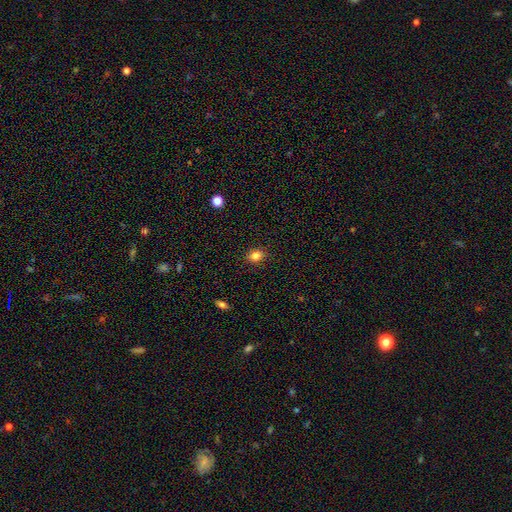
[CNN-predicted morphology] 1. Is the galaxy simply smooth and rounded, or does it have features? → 83% smooth, 11% star or artifact, 6% featured or disk.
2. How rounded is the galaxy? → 50% round, 49% in between, 1% cigar-shaped.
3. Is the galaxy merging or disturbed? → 88% none, 9% minor disturbance, 2% major disturbance, 1% merger.